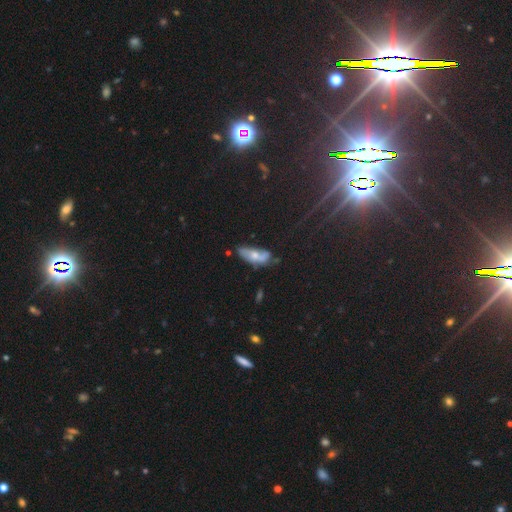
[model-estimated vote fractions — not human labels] smooth_or_featured: smooth (p=0.48) [alt: featured or disk p=0.41]
merging: none (p=0.44) [alt: minor disturbance p=0.33]